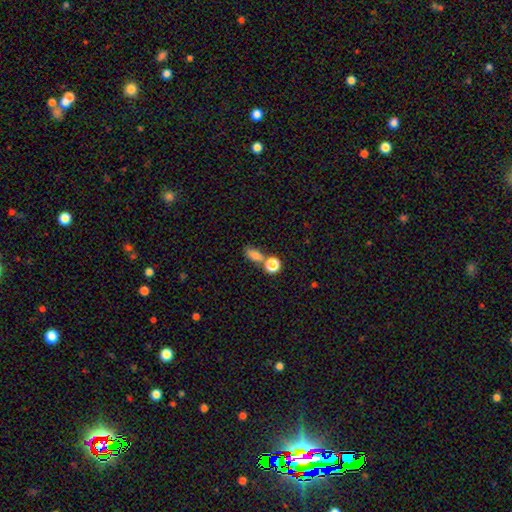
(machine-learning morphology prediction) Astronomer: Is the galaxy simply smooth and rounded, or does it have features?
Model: smooth — 77%.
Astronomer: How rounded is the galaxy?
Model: in between — 72%.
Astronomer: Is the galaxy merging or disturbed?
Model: none — 49% (runner-up: merger, 34%).